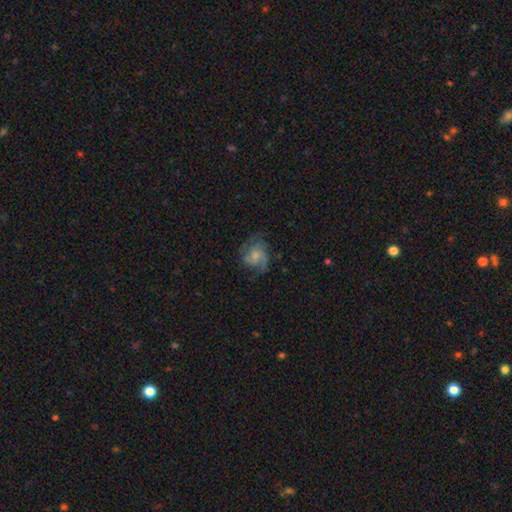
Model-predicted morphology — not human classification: Smooth or featured? featured or disk (67%)
Edge-on disk? no (98%)
Bar? no (68%)
Spiral arms? yes (89%)
Spiral winding? medium (48%)
Spiral arm count? 2 (42%)
Bulge size? small (42%)
Merging? none (59%)